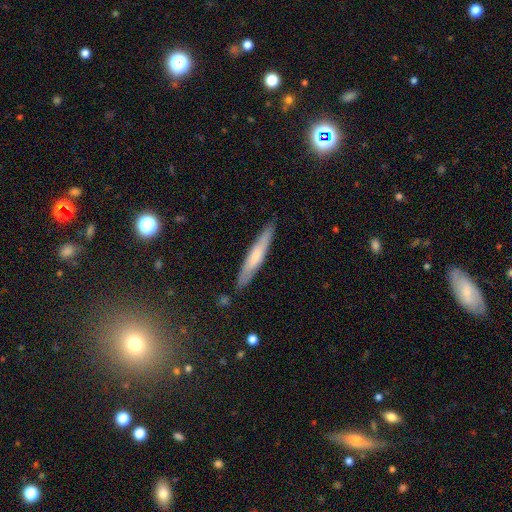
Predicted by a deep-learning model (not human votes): Smooth or featured?
  - smooth: 57% *
  - featured or disk: 37%
  - star or artifact: 6%
How rounded?
  - cigar-shaped: 93% *
  - in between: 6%
  - round: 1%
Merging?
  - none: 88% *
  - minor disturbance: 9%
  - major disturbance: 2%
  - merger: 1%